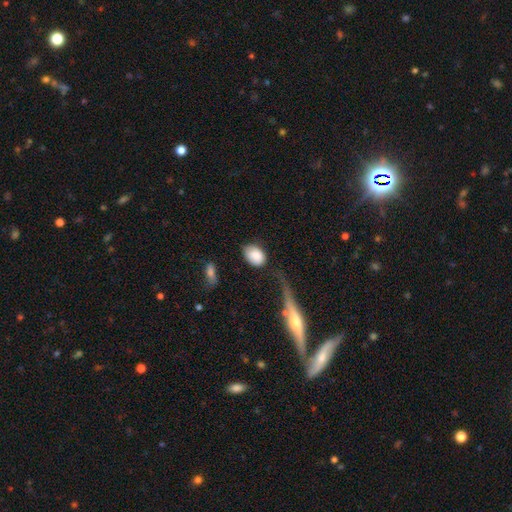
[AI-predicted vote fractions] smooth-or-featured: smooth: 85% | featured or disk: 9% | star or artifact: 6%
  how-rounded: in between: 77% | round: 21% | cigar-shaped: 2%
  merging: none: 55% | minor disturbance: 26% | major disturbance: 12% | merger: 7%